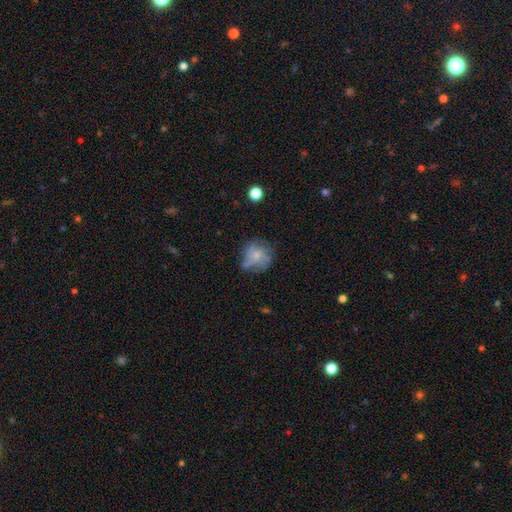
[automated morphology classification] This is possibly a smooth galaxy (51%). How rounded: likely round (79%). Merging: possibly none (52%).